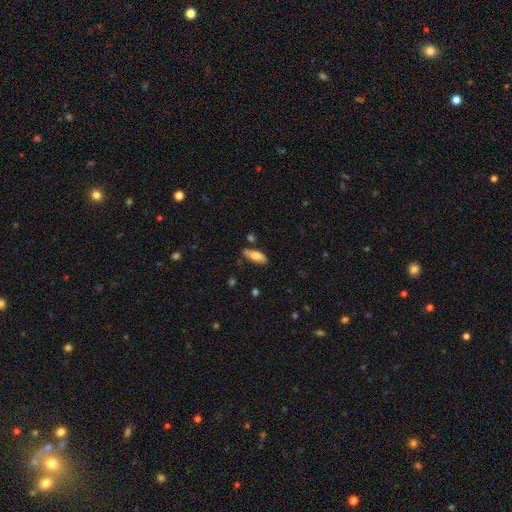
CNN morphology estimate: type=smooth (75%); roundness=in between (71%); merging=none (68%).